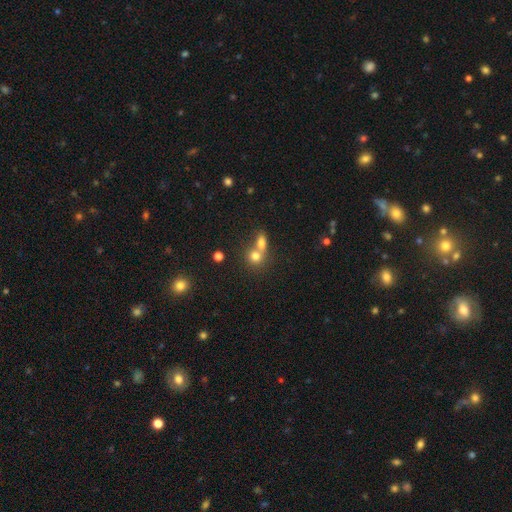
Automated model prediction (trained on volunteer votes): smooth_or_featured: smooth (p=0.75) [alt: star or artifact p=0.13]
how_rounded: round (p=0.68) [alt: in between p=0.30]
merging: merger (p=0.57) [alt: none p=0.33]